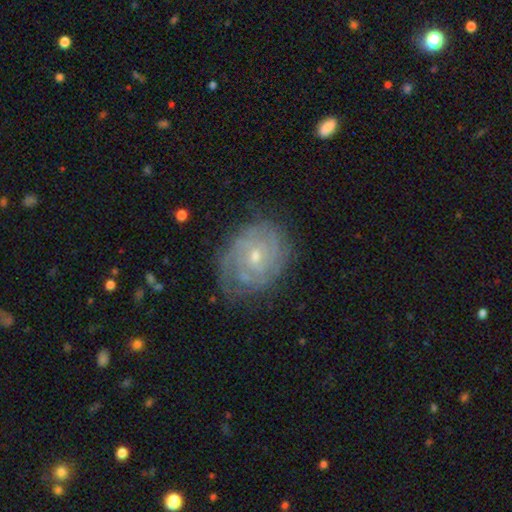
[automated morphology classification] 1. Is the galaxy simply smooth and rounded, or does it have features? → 78% featured or disk, 15% smooth, 6% star or artifact.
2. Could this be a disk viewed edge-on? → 97% no, 3% yes.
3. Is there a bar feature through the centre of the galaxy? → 64% no, 32% weak, 5% strong.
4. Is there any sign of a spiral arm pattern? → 87% yes, 13% no.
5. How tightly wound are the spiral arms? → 70% tight, 23% medium, 6% loose.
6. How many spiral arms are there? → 50% can't tell, 18% 2, 14% 3, 9% 4, 5% 1, 5% more than 4.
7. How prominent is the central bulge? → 59% small, 37% moderate, 1% none, 1% large, 1% dominant.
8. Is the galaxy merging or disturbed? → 67% none, 22% minor disturbance, 9% major disturbance, 2% merger.